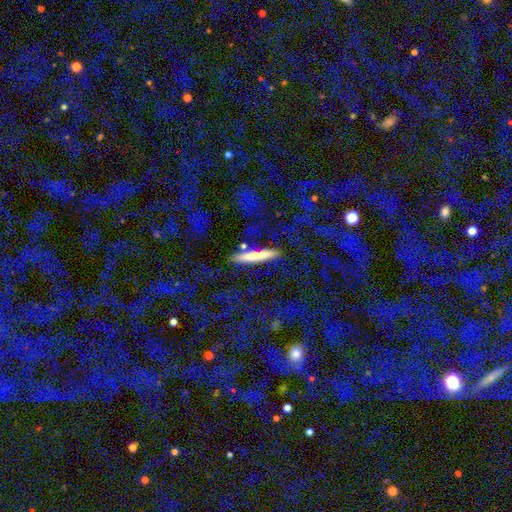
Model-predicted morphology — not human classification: Overall: smooth (64%; featured or disk 25%). How rounded: cigar-shaped (89%). Merging: none (79%).